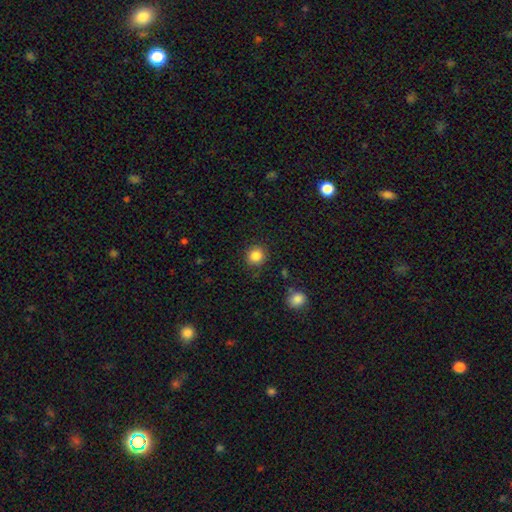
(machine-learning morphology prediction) Smooth or featured? smooth (85%)
How rounded? round (92%)
Merging? none (86%)